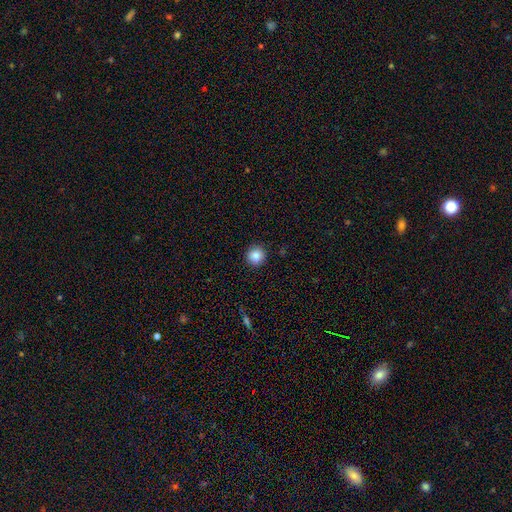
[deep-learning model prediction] smooth 86%, star or artifact 9%, featured or disk 4%. Down the decision tree: how rounded — round (95%); merging — none (92%).